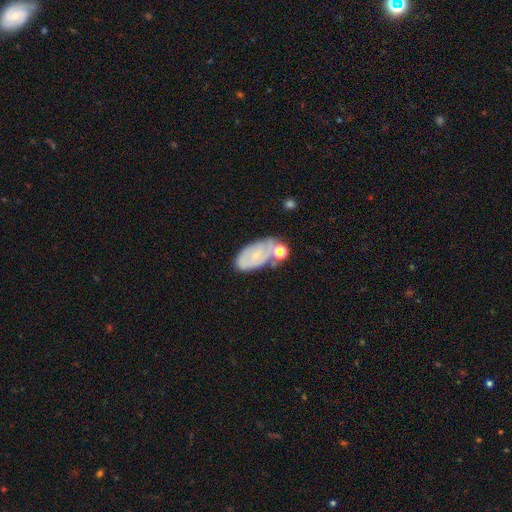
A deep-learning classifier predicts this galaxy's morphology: This is possibly a smooth galaxy (47%). Merging: possibly none (45%).